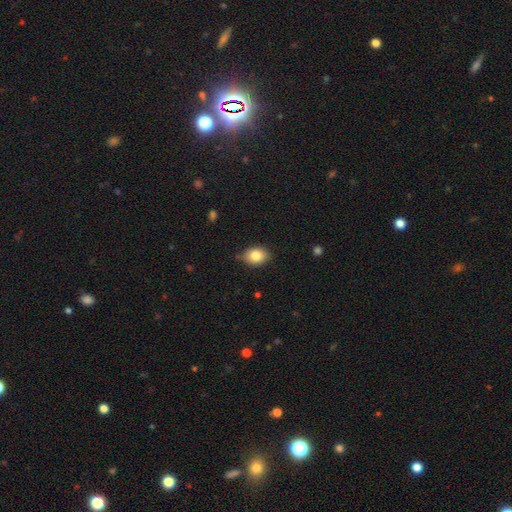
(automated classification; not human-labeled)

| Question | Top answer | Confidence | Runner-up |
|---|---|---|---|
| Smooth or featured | smooth | 83% | featured or disk (9%) |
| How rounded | in between | 70% | round (29%) |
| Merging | none | 80% | minor disturbance (16%) |